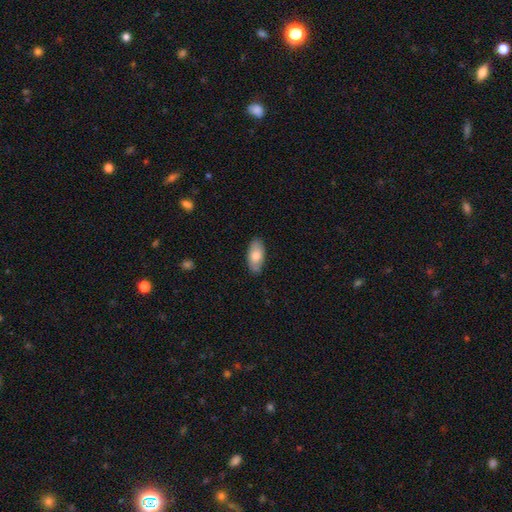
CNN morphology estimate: Smooth or featured: smooth — 75% (featured or disk — 19%)
How rounded: in between — 93% (cigar-shaped — 5%)
Merging: none — 85% (minor disturbance — 12%)